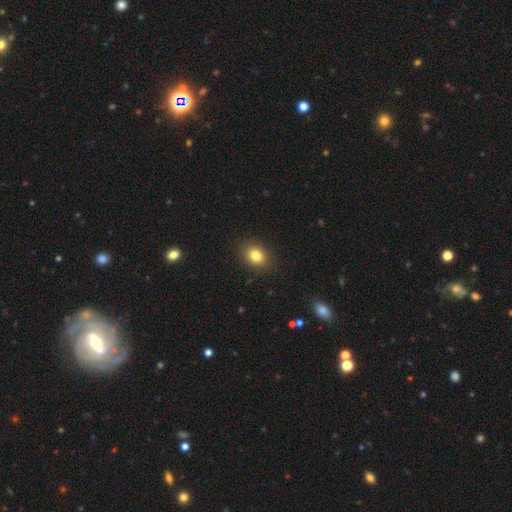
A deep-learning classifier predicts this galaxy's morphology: smooth_or_featured: smooth (p=0.82) [alt: star or artifact p=0.11]
how_rounded: in between (p=0.56) [alt: round p=0.43]
merging: none (p=0.88) [alt: minor disturbance p=0.08]